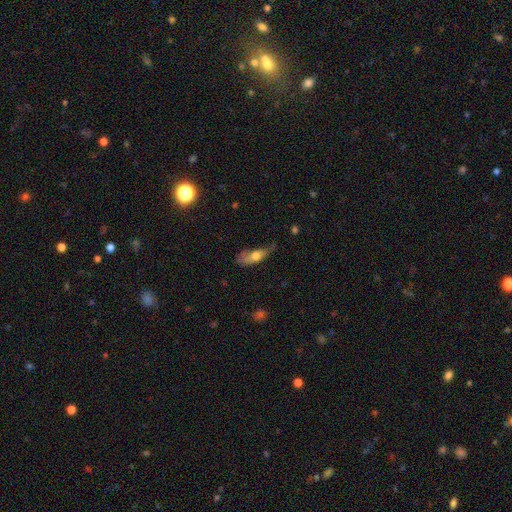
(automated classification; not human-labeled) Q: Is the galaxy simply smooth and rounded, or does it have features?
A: smooth — 60%.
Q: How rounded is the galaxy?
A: in between — 58%.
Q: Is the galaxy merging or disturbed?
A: minor disturbance — 36%.